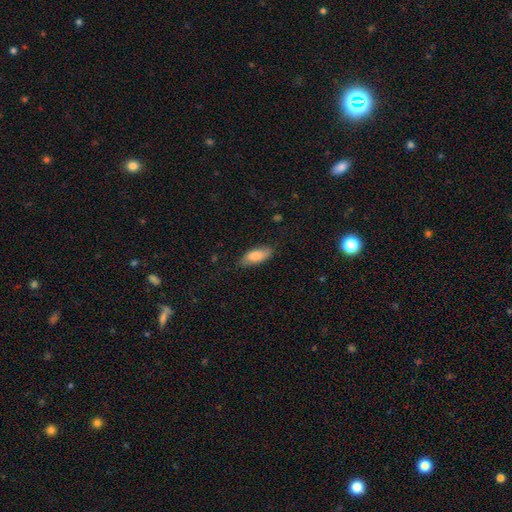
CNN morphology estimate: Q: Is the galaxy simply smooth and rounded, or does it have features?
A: smooth — 83%.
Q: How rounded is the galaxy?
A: in between — 81%.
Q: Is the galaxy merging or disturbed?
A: none — 78%.